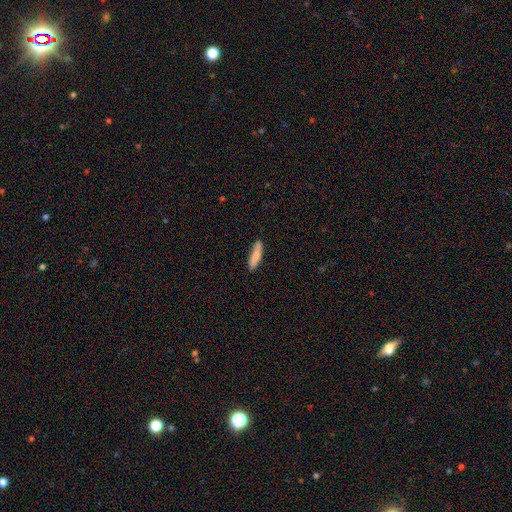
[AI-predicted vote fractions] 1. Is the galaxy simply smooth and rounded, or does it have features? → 83% smooth, 12% featured or disk, 6% star or artifact.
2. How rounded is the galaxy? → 79% cigar-shaped, 19% in between, 1% round.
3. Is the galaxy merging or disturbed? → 84% none, 13% minor disturbance, 2% major disturbance, 2% merger.